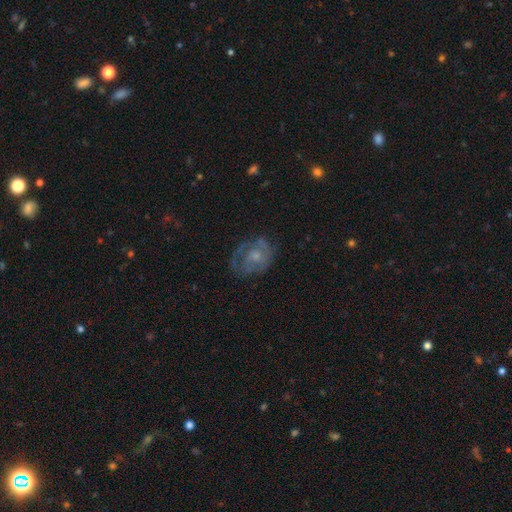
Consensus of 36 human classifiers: featured or disk 81%, smooth 19%, star or artifact 0%. Down the decision tree: edge-on disk — no (100%); bar — no (93%); spiral arms — yes (76%); spiral arm count — 2 (36%); spiral winding — tight (50%); bulge size — moderate (38%); merging — none (56%).